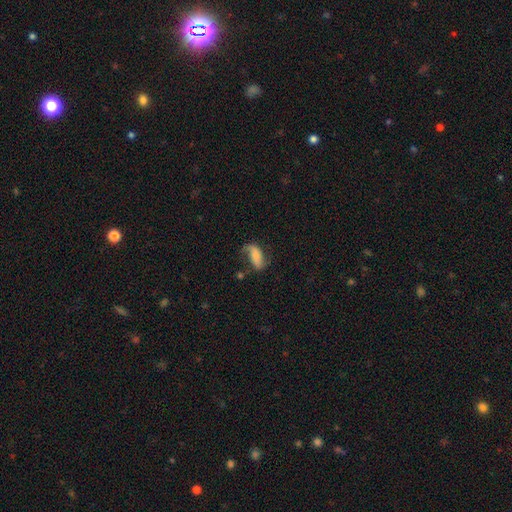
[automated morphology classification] The model was most divided on "smooth or featured": featured or disk: 50%, smooth: 42%, star or artifact: 8%. Remaining: edge-on disk — no (93%); merging — none (49%).